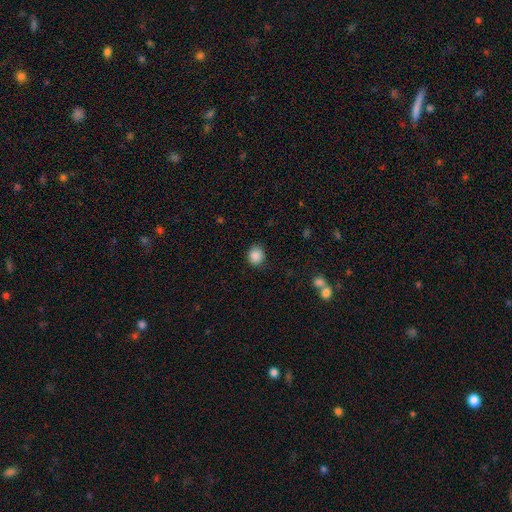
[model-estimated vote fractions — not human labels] This appears to be a smooth galaxy with no disk features (87%) that is round (80%). Merging: none (88%).